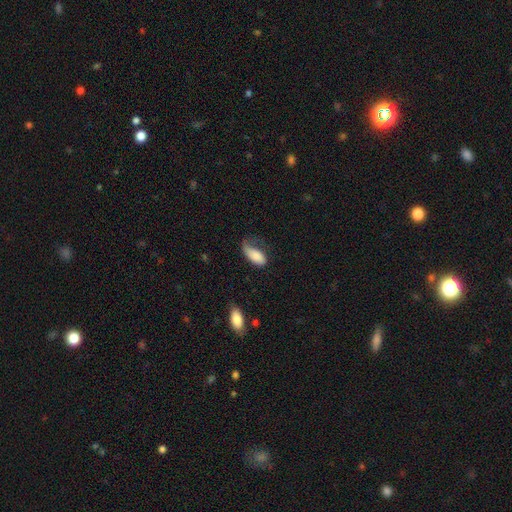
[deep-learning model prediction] Overall: smooth (78%). How rounded: in between (89%). Merging: major disturbance (35%; minor disturbance 33%).